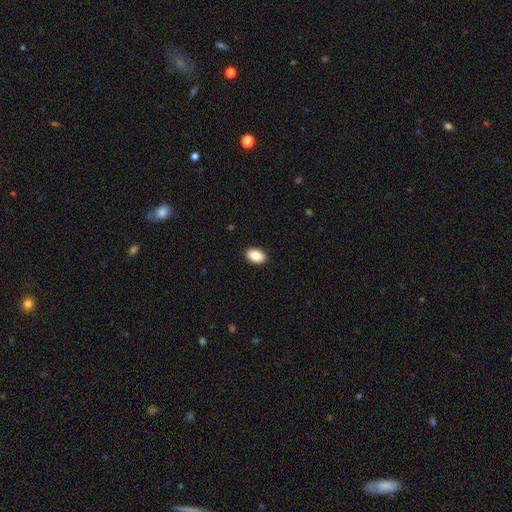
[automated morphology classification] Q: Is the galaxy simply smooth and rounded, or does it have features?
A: smooth — 89%.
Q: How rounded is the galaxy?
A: in between — 89%.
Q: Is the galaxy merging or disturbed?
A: none — 90%.